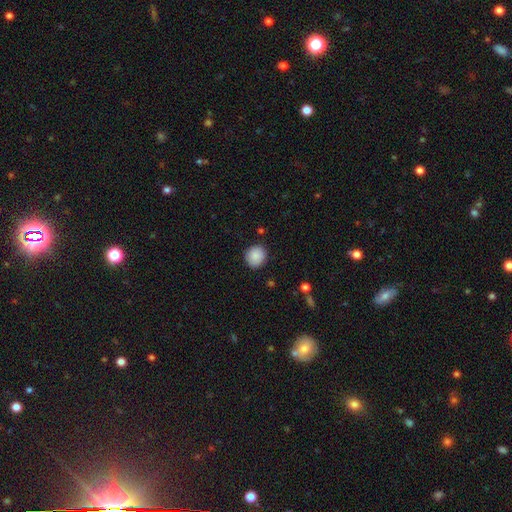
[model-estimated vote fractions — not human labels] A smooth galaxy with no disk features (89%) that is round (85%). Merging: none (88%).